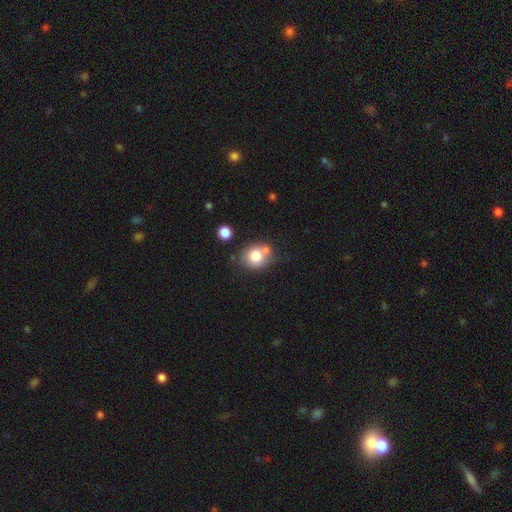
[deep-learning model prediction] Smooth or featured? smooth (77%)
How rounded? round (70%)
Merging? none (52%)